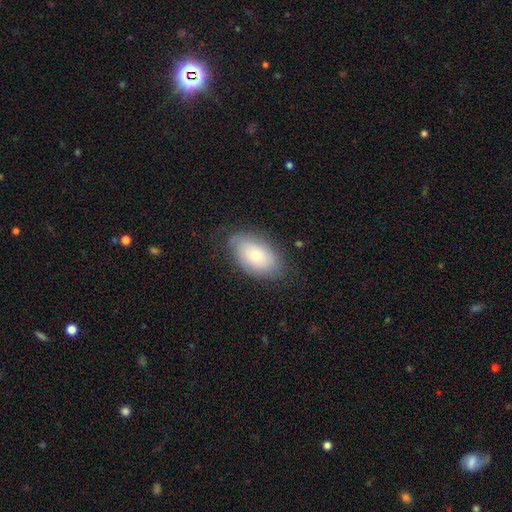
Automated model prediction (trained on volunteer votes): smooth 61%, featured or disk 32%, star or artifact 7%. Down the decision tree: how rounded — in between (92%); merging — none (74%).